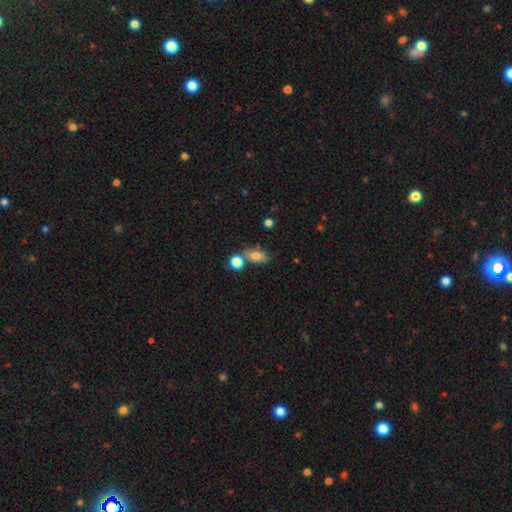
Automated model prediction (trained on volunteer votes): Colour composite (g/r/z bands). It shows a smooth galaxy with no disk features (78%) that is in between round and cigar-shaped (78%). Merging: none (57%).